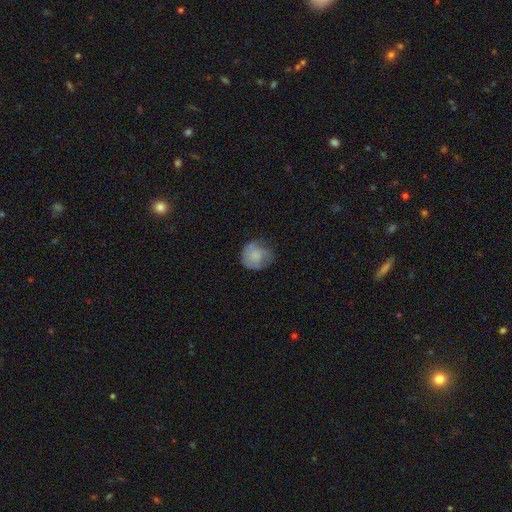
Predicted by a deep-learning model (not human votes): A smooth galaxy with no disk features (57%) that is round (81%).

Vote fractions:
- Smooth or featured? smooth: 57% / featured or disk: 35% / star or artifact: 8%
- How rounded? round: 81% / in between: 18% / cigar-shaped: 1%
- Merging? none: 58% / minor disturbance: 27% / major disturbance: 14% / merger: 1%